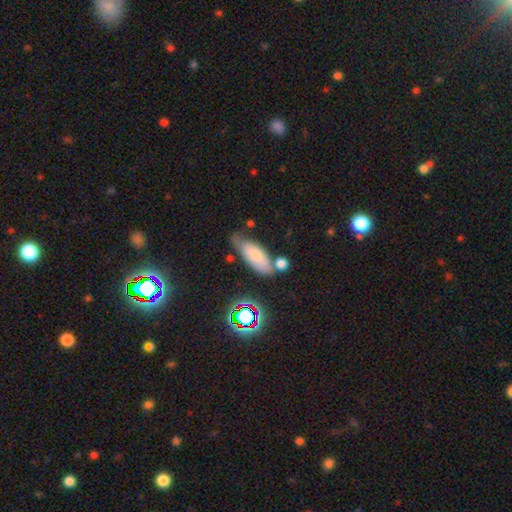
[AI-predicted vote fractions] This appears to be a smooth galaxy with no disk features (71%) that is in between round and cigar-shaped (73%). Merging: none (57%).